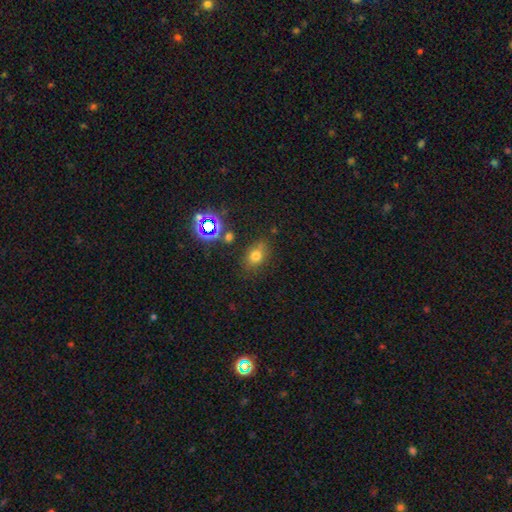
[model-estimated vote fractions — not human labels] The model was most divided on "how rounded": in between: 62%, round: 37%, cigar-shaped: 2%. More confident: merging — none (73%); smooth or featured — smooth (69%).